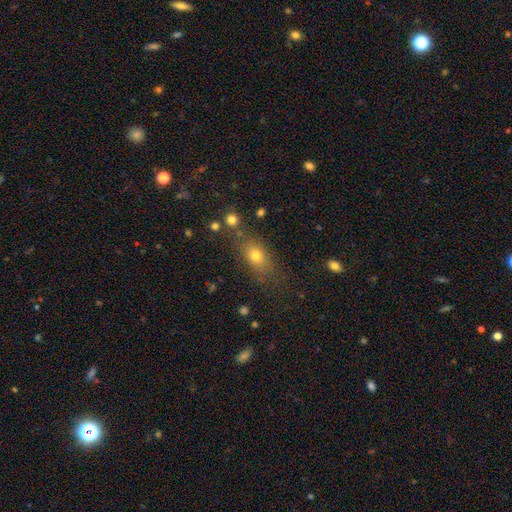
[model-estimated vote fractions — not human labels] Smooth or featured: smooth — 72% (star or artifact — 15%)
How rounded: in between — 68% (round — 23%)
Merging: none — 69% (minor disturbance — 17%)